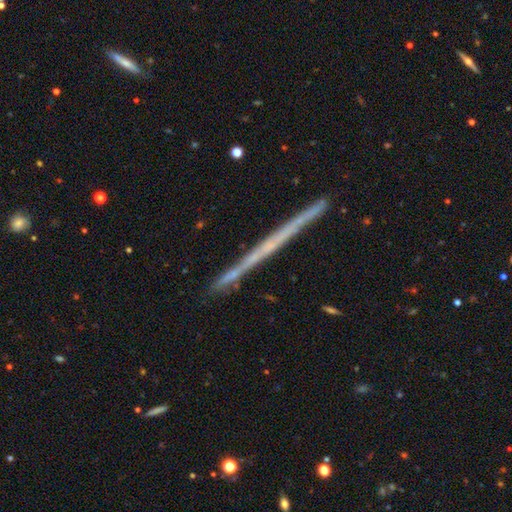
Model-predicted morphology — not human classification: This is likely a featured or disk galaxy (65%). It is clearly viewed edge-on (98%). Edge-on bulge: clearly none (88%). Merging: clearly none (90%).